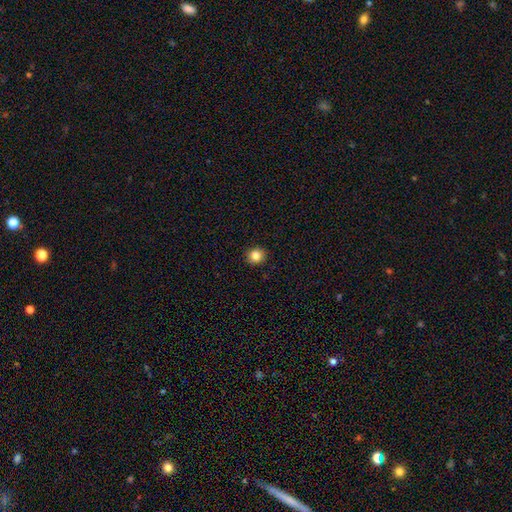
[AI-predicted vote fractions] A smooth galaxy with no disk features (84%) that is round (85%).

Vote fractions:
- Smooth or featured? smooth: 84% / star or artifact: 11% / featured or disk: 6%
- How rounded? round: 85% / in between: 14% / cigar-shaped: 1%
- Merging? none: 92% / minor disturbance: 5% / major disturbance: 2% / merger: 1%